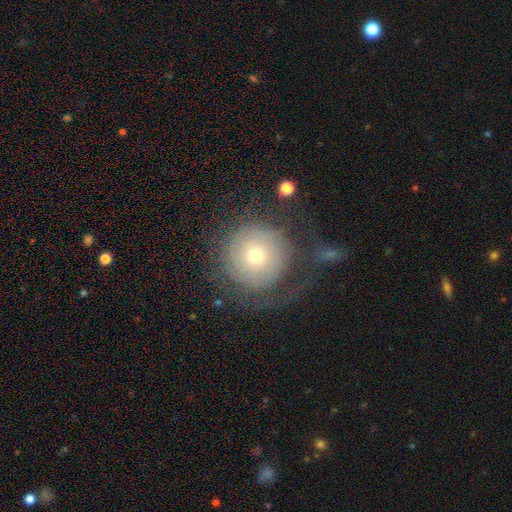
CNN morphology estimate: Overall: smooth (48%; featured or disk 42%). Merging: none (53%; major disturbance 27%).